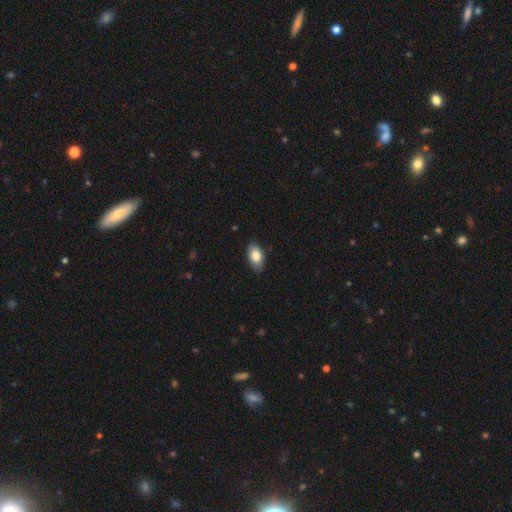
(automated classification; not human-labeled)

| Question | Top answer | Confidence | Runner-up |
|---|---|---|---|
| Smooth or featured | smooth | 83% | featured or disk (10%) |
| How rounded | in between | 93% | round (5%) |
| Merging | none | 85% | minor disturbance (12%) |